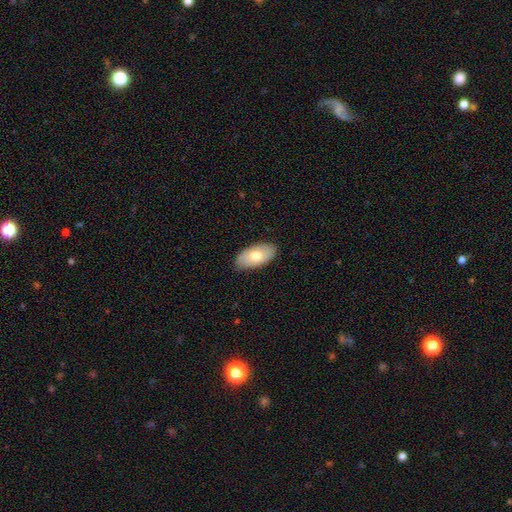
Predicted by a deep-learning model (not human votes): smooth-or-featured: smooth: 69% | featured or disk: 26% | star or artifact: 6%
  how-rounded: in between: 95% | round: 3% | cigar-shaped: 2%
  merging: none: 84% | minor disturbance: 13% | major disturbance: 2% | merger: 1%